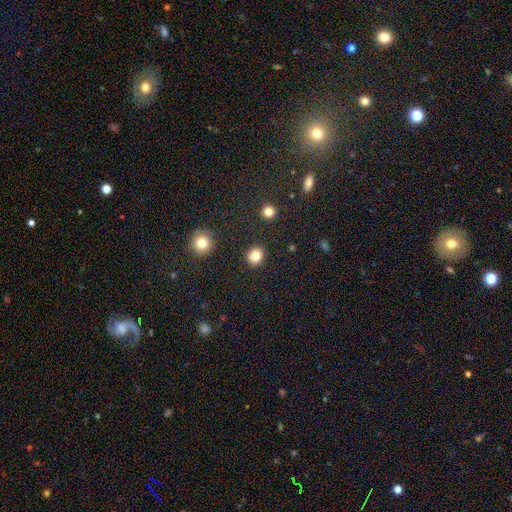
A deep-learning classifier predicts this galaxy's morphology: This is clearly a smooth galaxy (82%). How rounded: likely round (78%). Merging: clearly none (89%).